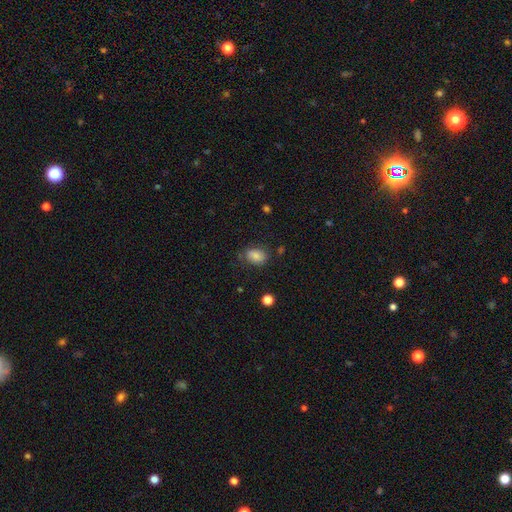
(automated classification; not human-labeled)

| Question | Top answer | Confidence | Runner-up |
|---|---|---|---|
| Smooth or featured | smooth | 83% | star or artifact (10%) |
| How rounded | in between | 75% | round (24%) |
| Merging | none | 71% | minor disturbance (20%) |